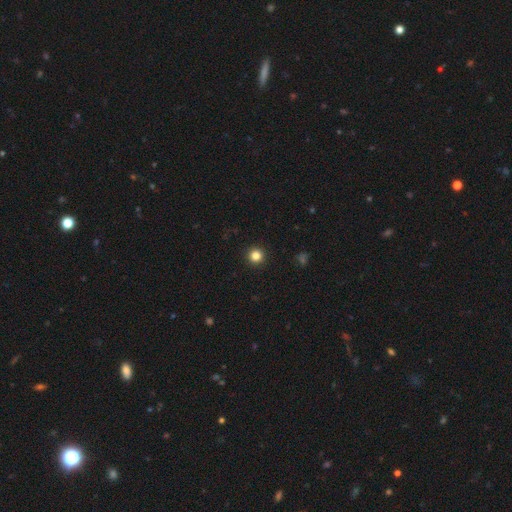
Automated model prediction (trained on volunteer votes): Smooth or featured? smooth (83%)
How rounded? round (96%)
Merging? none (94%)